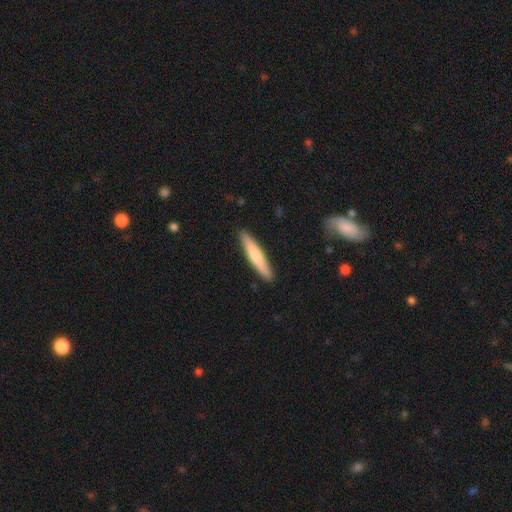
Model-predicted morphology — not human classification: smooth_or_featured: smooth (p=0.69) [alt: featured or disk p=0.26]
how_rounded: cigar-shaped (p=0.91) [alt: in between p=0.08]
merging: none (p=0.91) [alt: minor disturbance p=0.07]